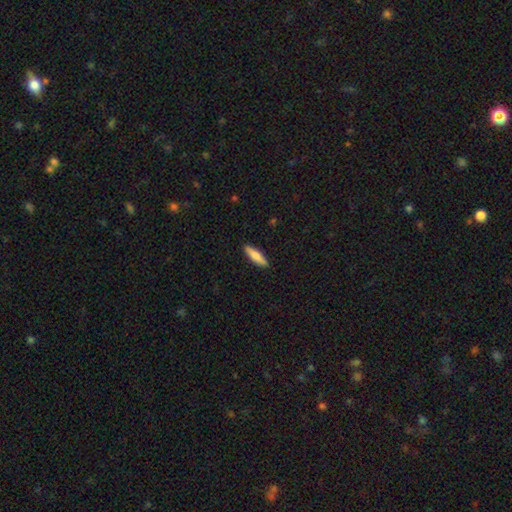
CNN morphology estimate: smooth 74%, featured or disk 21%, star or artifact 6%. Down the decision tree: how rounded — cigar-shaped (75%); merging — none (90%).